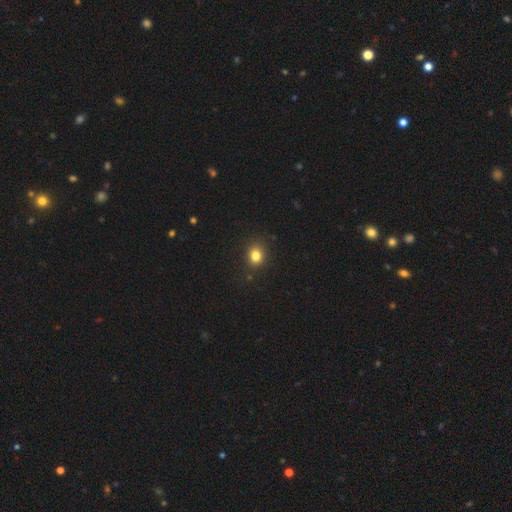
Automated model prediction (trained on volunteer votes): Smooth or featured? Predicted: smooth (p=0.82). How rounded? Predicted: round (p=0.54). Merging? Predicted: none (p=0.84).